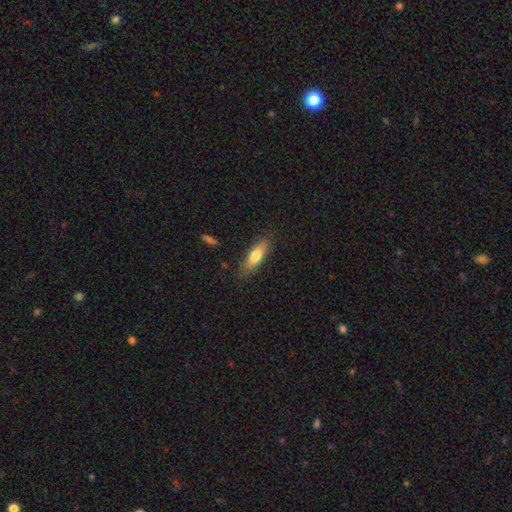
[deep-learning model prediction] The model was most divided on "how rounded": cigar-shaped: 51%, in between: 47%, round: 2%. More confident: merging — none (81%); smooth or featured — smooth (71%).